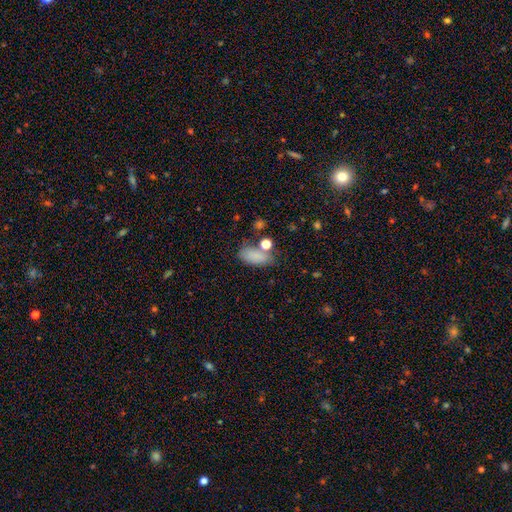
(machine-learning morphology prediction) This is likely a smooth galaxy (80%). How rounded: clearly in between (86%). Merging: possibly none (56%).